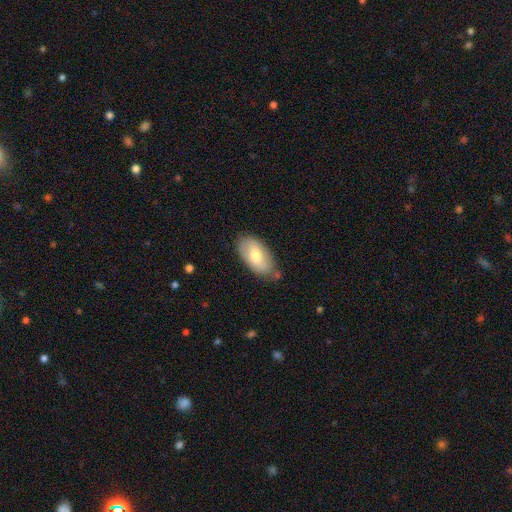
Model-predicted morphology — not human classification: This appears to be a smooth galaxy with no disk features (70%) that is in between round and cigar-shaped (95%). Merging: none (72%).